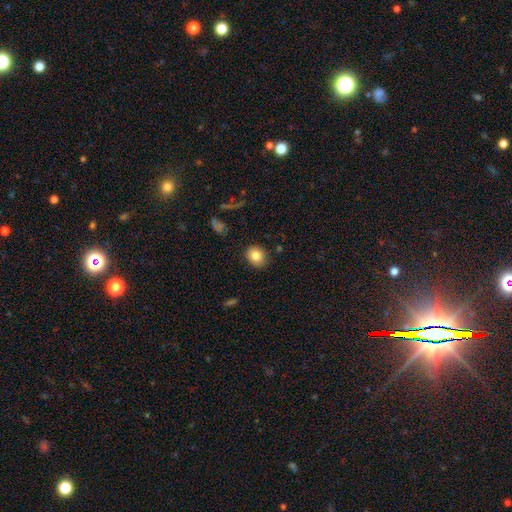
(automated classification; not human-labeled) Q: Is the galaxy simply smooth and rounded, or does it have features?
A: smooth — 82%.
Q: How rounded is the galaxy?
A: round — 62%.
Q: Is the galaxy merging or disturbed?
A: none — 87%.